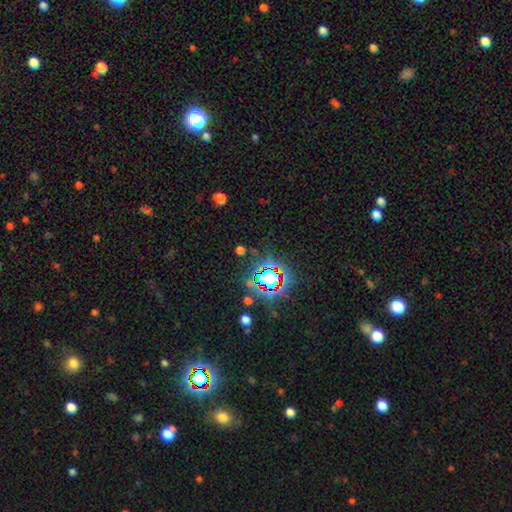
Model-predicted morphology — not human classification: A star or artifact, not a galaxy (79%).

Vote fractions:
- Smooth or featured? star or artifact: 79% / smooth: 13% / featured or disk: 9%